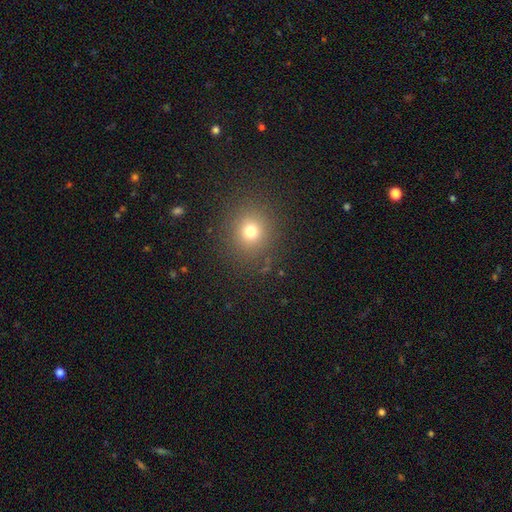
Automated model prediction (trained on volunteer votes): Smooth or featured? smooth (66%)
How rounded? round (86%)
Merging? none (91%)